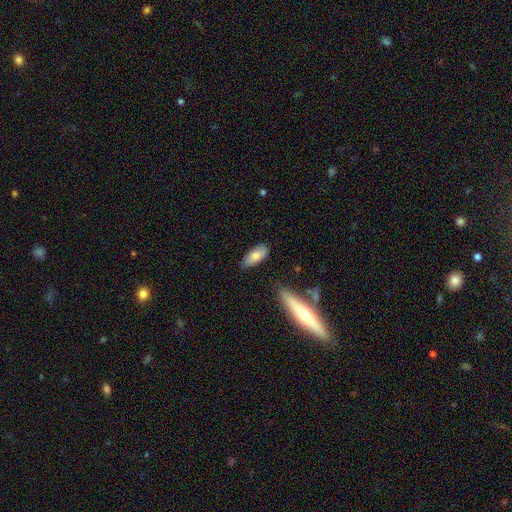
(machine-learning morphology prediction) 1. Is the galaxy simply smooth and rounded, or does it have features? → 78% smooth, 15% featured or disk, 6% star or artifact.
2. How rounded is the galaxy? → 84% in between, 14% cigar-shaped, 2% round.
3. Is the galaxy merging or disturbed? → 76% none, 18% minor disturbance, 3% major disturbance, 3% merger.